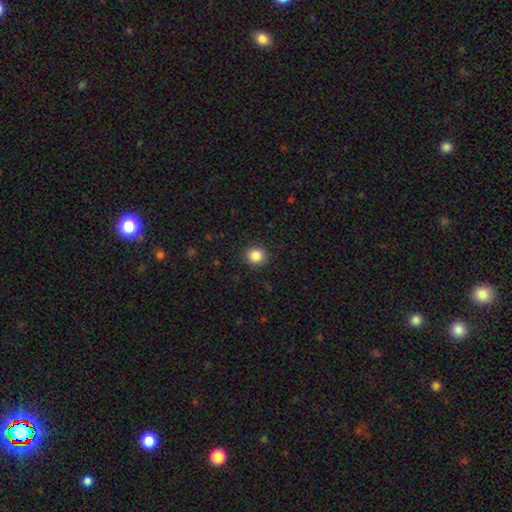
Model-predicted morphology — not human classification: Smooth or featured: smooth — 86% (star or artifact — 10%)
How rounded: round — 90% (in between — 9%)
Merging: none — 91% (minor disturbance — 6%)